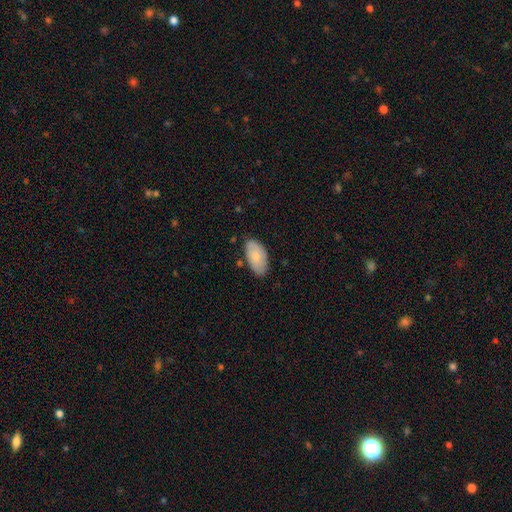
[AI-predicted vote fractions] smooth 77%, featured or disk 17%, star or artifact 6%. Down the decision tree: how rounded — in between (95%); merging — none (76%).